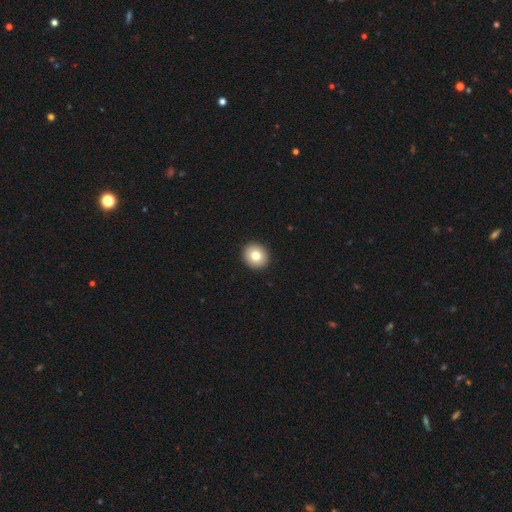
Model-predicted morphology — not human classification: A smooth galaxy with no disk features (78%) that is round (87%). Merging: none (93%).